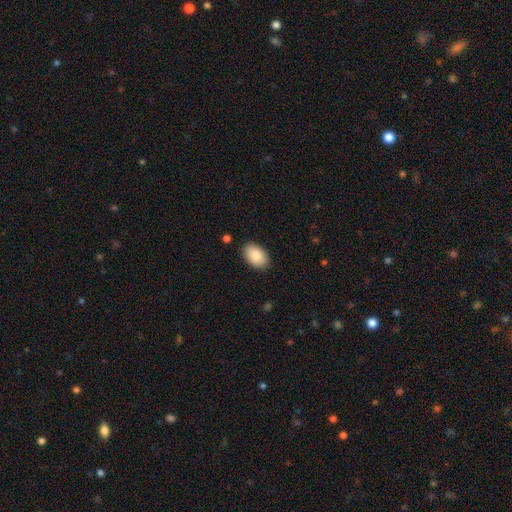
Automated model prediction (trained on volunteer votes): Morphology: type=smooth (87%); roundness=in between (92%); merging=none (88%).